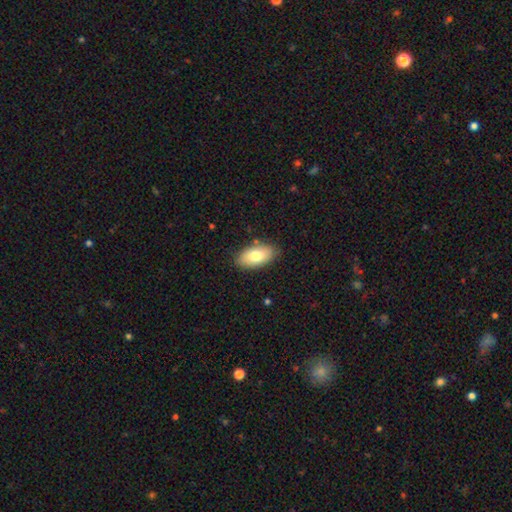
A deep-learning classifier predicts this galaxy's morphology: This appears to be a smooth galaxy with no disk features (76%) that is in between round and cigar-shaped (93%). Merging: none (84%).